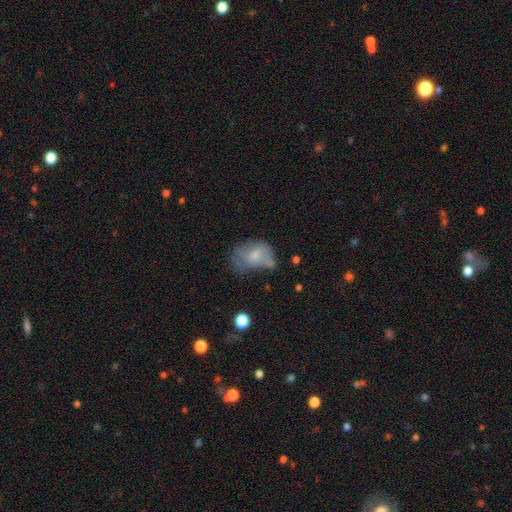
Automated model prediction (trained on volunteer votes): Q: Smooth or featured?
A: smooth (55%); runner-up: featured or disk (34%)
Q: How rounded?
A: in between (78%); runner-up: round (20%)
Q: Merging?
A: minor disturbance (32%); runner-up: none (31%)